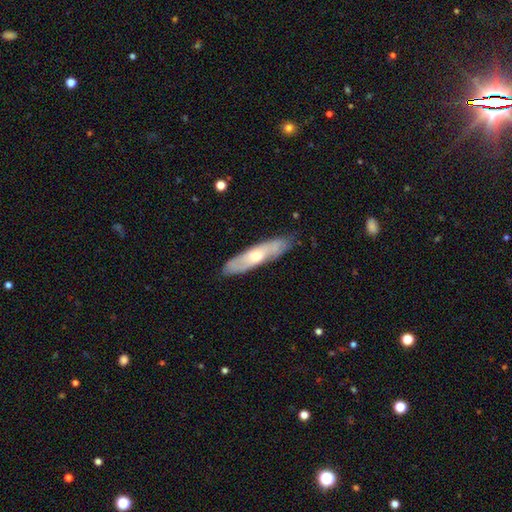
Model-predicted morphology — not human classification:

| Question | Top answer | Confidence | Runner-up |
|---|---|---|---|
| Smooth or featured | featured or disk | 50% | smooth (44%) |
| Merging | none | 79% | minor disturbance (16%) |